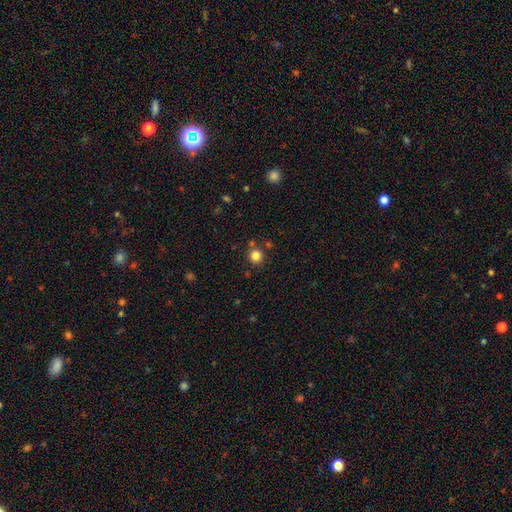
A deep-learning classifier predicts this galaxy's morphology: Overall: smooth (82%). How rounded: round (93%). Merging: none (82%).